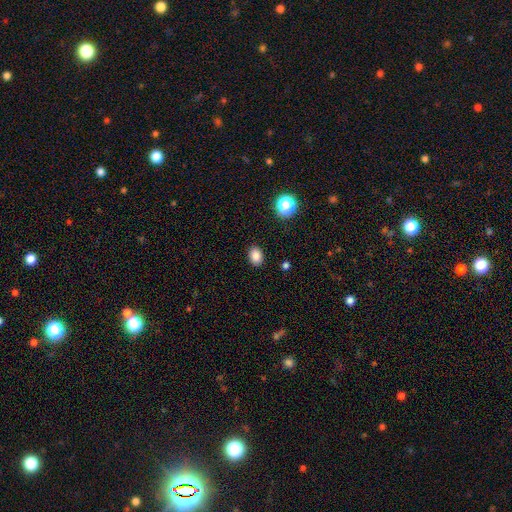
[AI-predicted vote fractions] The model was most divided on "how rounded": in between: 68%, round: 31%, cigar-shaped: 1%. More confident: merging — none (89%); smooth or featured — smooth (84%).